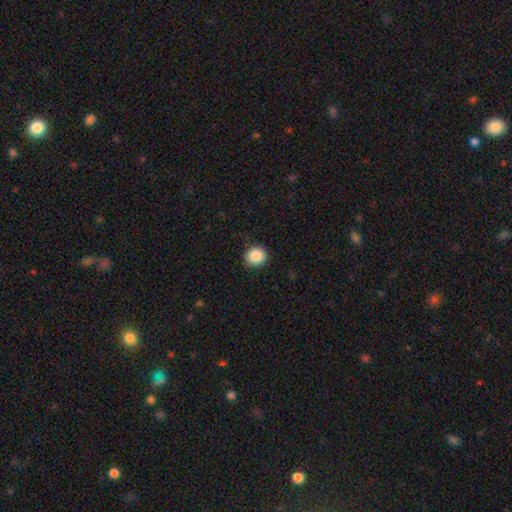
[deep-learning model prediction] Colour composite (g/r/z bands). It shows a smooth galaxy with no disk features (87%) that is round (84%). Merging: none (85%).